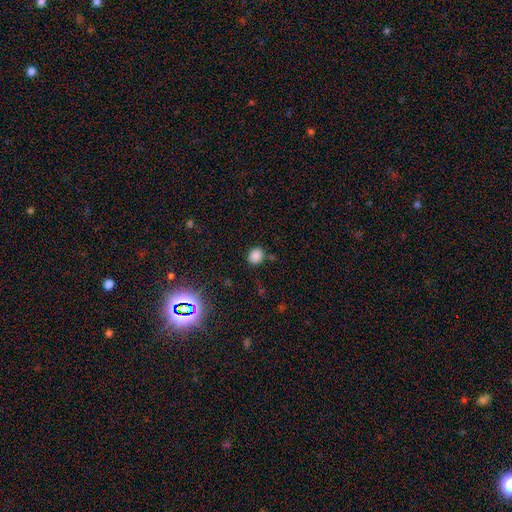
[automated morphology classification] Smooth or featured? Predicted: smooth (p=0.82). How rounded? Predicted: round (p=0.68). Merging? Predicted: none (p=0.82).